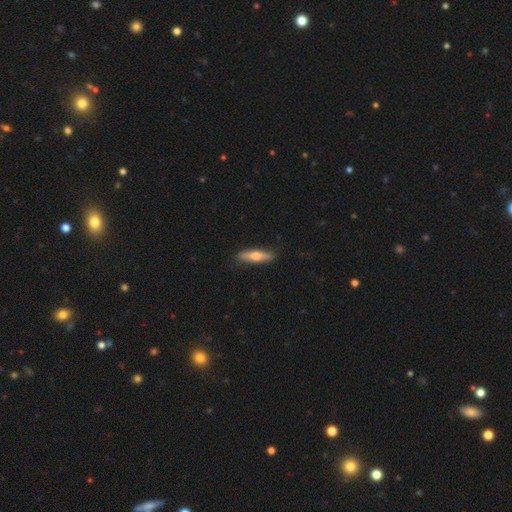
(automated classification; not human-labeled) This appears to be a smooth galaxy with no disk features (59%) that is cigar-shaped (79%). Merging: none (87%).